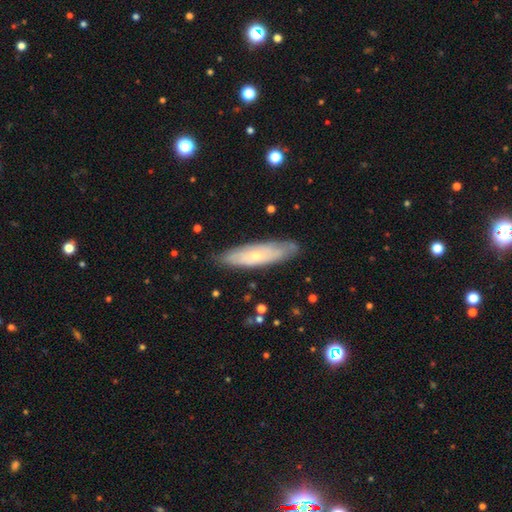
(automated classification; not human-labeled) Smooth or featured? Predicted: featured or disk (p=0.53). Edge-on disk? Predicted: no (p=0.63). Merging? Predicted: none (p=0.81).